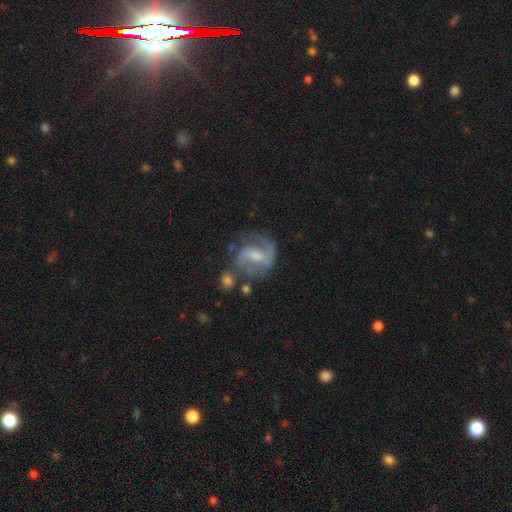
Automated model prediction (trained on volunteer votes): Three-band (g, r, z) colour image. It shows a featured or disk galaxy (83%) with a weak bar (52%), 2 (82%) medium (54%) spiral arms (94%) and a moderate central bulge (45%). Merging: none (62%).